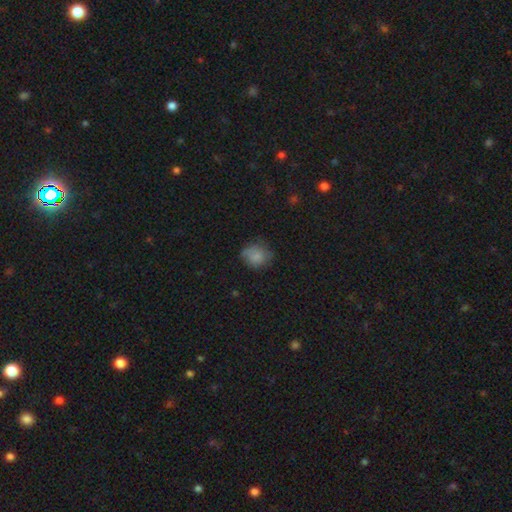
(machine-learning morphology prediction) Smooth or featured?
  - smooth: 77% *
  - featured or disk: 13%
  - star or artifact: 10%
How rounded?
  - round: 65% *
  - in between: 34%
  - cigar-shaped: 1%
Merging?
  - none: 58% *
  - minor disturbance: 30%
  - major disturbance: 11%
  - merger: 2%